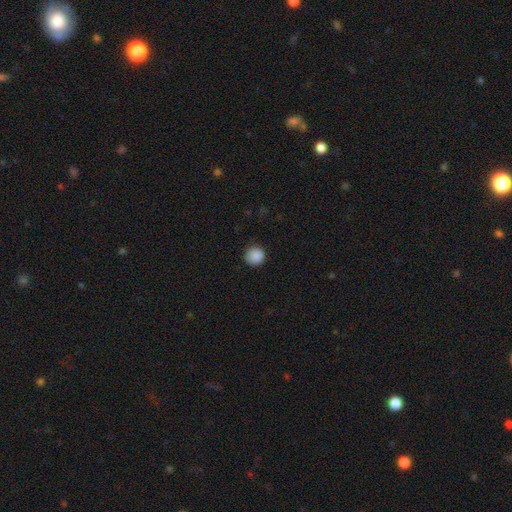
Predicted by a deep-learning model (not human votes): Morphology: type=smooth (88%); roundness=round (93%); merging=none (88%).